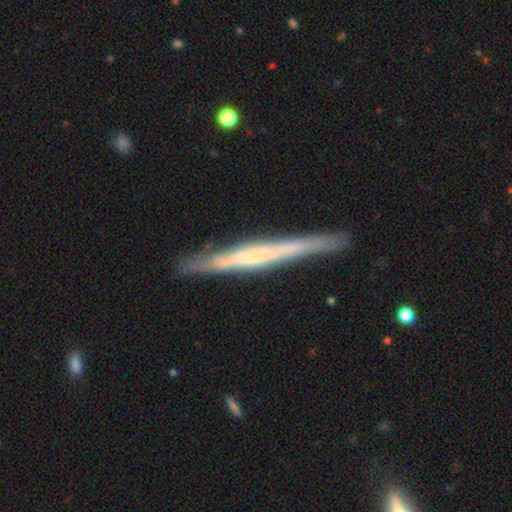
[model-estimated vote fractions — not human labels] featured or disk 67%, smooth 28%, star or artifact 5%. Down the decision tree: edge-on disk — yes (96%); edge-on bulge — none (62%); merging — none (88%).